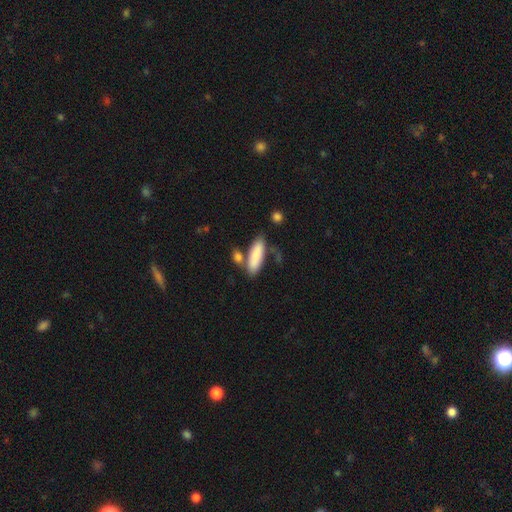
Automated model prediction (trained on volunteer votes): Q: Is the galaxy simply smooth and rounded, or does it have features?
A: smooth — 83%.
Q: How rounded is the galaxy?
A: in between — 57%.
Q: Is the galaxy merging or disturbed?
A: none — 57%.